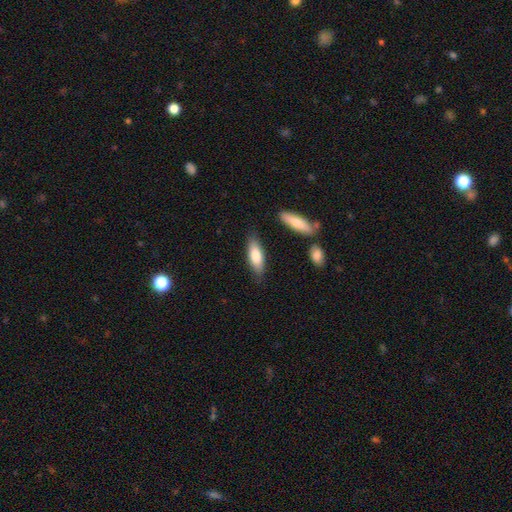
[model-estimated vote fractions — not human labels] This appears to be a smooth galaxy with no disk features (78%) that is in between round and cigar-shaped (59%). Merging: none (79%).